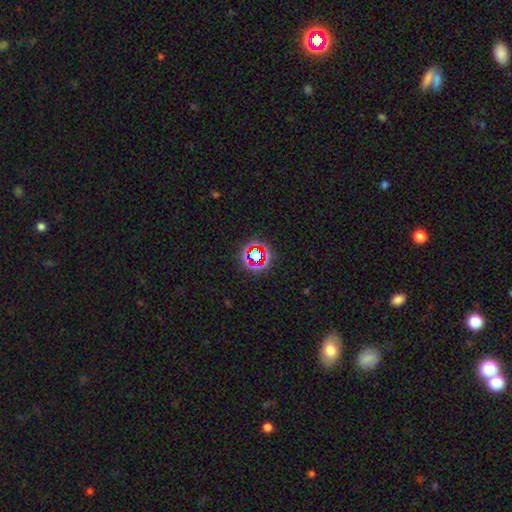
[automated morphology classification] Overall: star or artifact (67%).